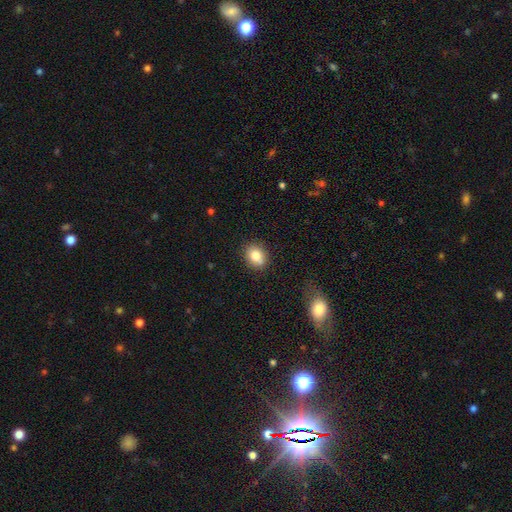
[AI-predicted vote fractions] Smooth or featured? smooth (79%)
How rounded? round (59%)
Merging? none (75%)